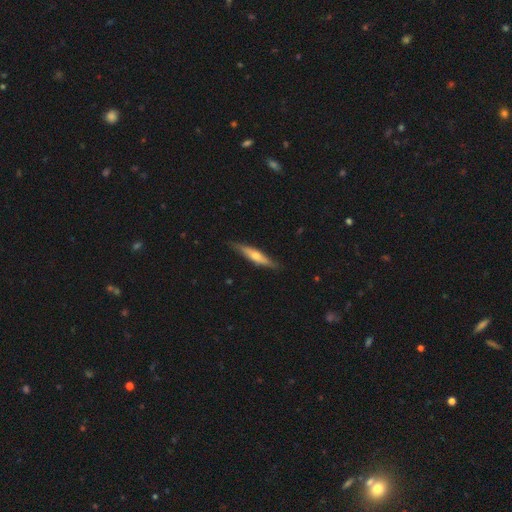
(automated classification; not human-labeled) Morphology: type=featured or disk (54%); edge-on=yes (90%); merging=none (84%).